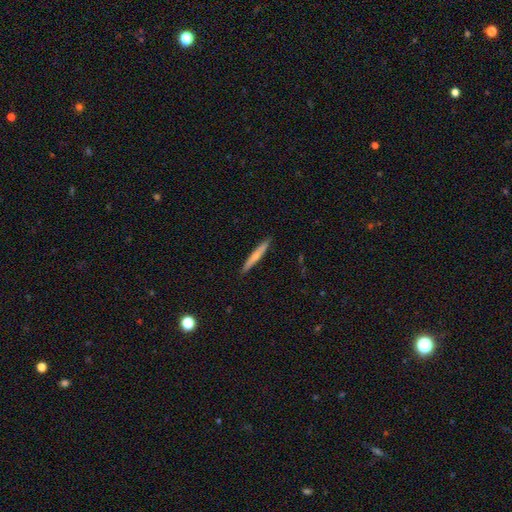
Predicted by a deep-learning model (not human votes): This is likely a smooth galaxy (60%). How rounded: clearly cigar-shaped (95%). Merging: clearly none (91%).